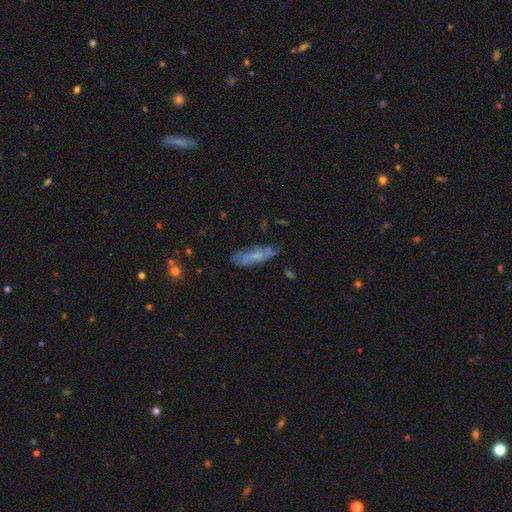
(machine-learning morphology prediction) Overall: smooth (46%; featured or disk 44%). Merging: none (69%).